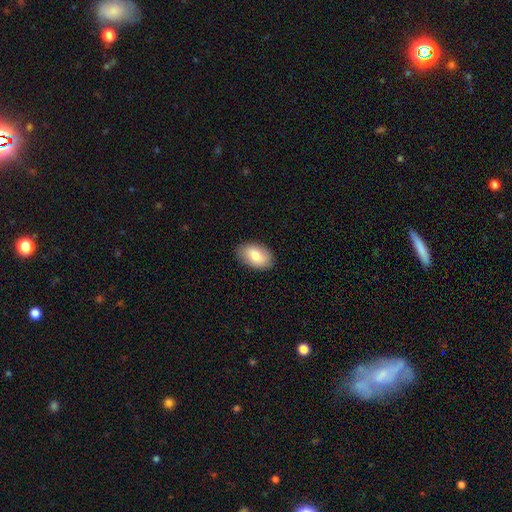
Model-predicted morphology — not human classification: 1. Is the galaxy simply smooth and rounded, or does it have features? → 80% smooth, 13% featured or disk, 6% star or artifact.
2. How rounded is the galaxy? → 92% in between, 6% round, 1% cigar-shaped.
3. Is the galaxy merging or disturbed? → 87% none, 10% minor disturbance, 2% major disturbance, 1% merger.